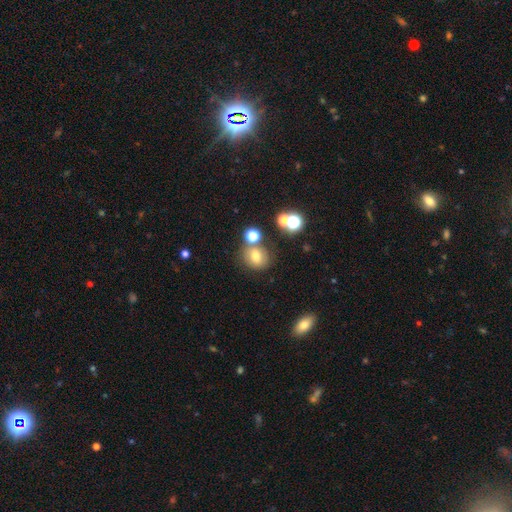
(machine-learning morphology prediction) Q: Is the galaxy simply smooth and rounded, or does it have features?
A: smooth — 70%.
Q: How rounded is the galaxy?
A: round — 72%.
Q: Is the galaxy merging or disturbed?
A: none — 66%.